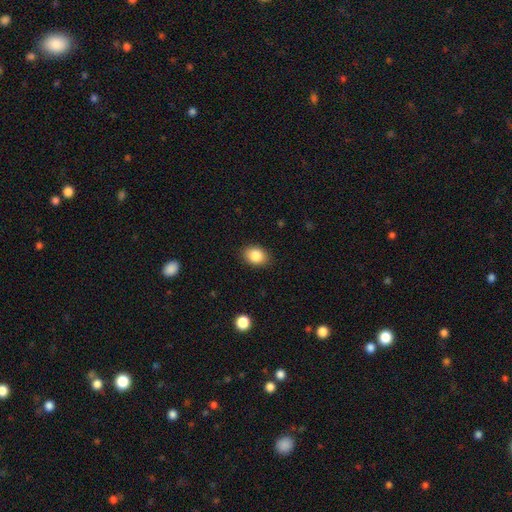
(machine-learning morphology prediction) Smooth or featured? smooth (85%)
How rounded? in between (65%)
Merging? none (87%)